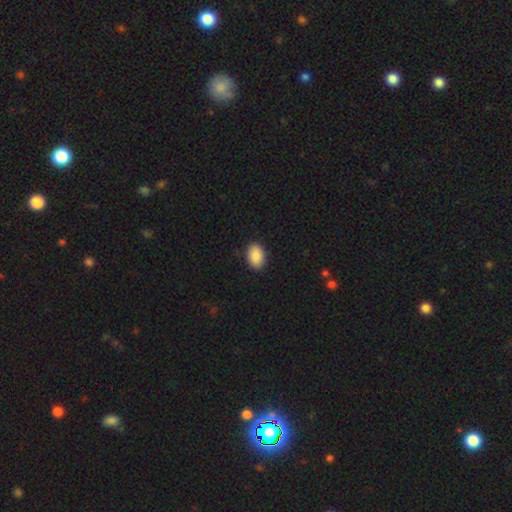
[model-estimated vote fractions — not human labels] Q: Smooth or featured?
A: smooth (90%); runner-up: star or artifact (7%)
Q: How rounded?
A: in between (84%); runner-up: round (15%)
Q: Merging?
A: none (90%); runner-up: minor disturbance (7%)